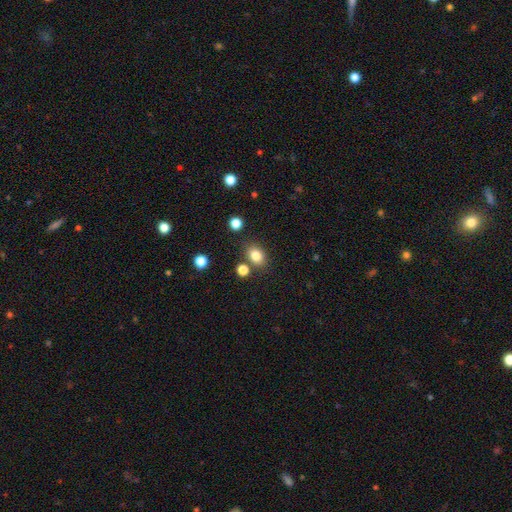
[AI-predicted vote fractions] Overall: smooth (82%). How rounded: in between (62%; round 37%). Merging: none (78%).